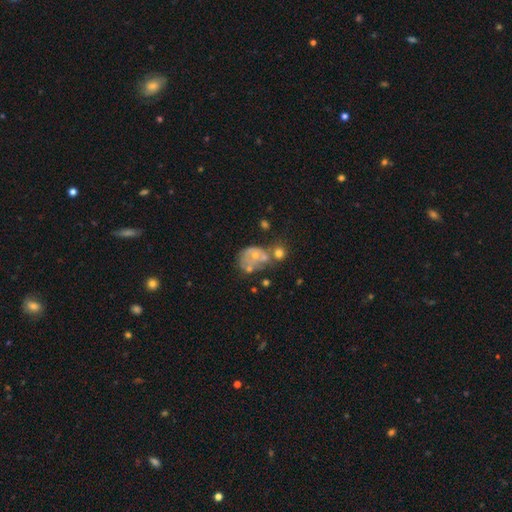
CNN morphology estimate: Smooth or featured? Predicted: featured or disk (p=0.48). Merging? Predicted: merger (p=0.36).